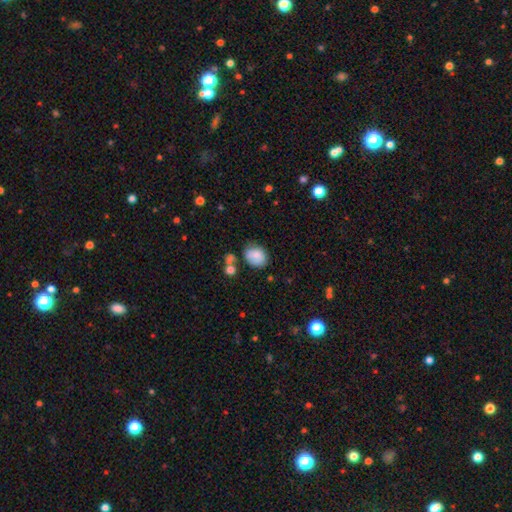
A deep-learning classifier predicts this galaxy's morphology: smooth_or_featured: smooth (p=0.82) [alt: featured or disk p=0.10]
how_rounded: in between (p=0.62) [alt: round p=0.37]
merging: none (p=0.60) [alt: minor disturbance p=0.25]